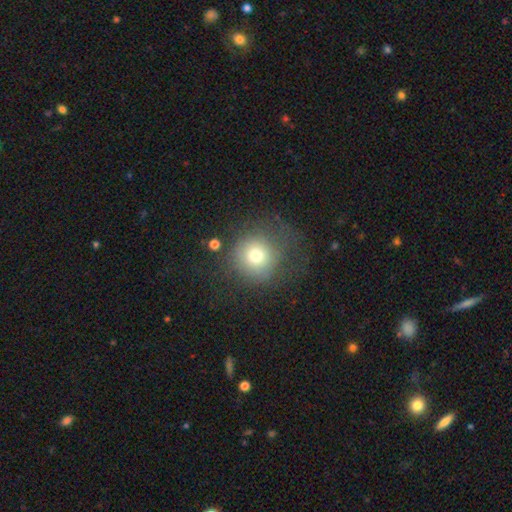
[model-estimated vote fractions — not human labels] The model was most divided on "merging": none: 64%, major disturbance: 17%, minor disturbance: 16%, merger: 3%. More confident: how rounded — round (92%); smooth or featured — smooth (72%).